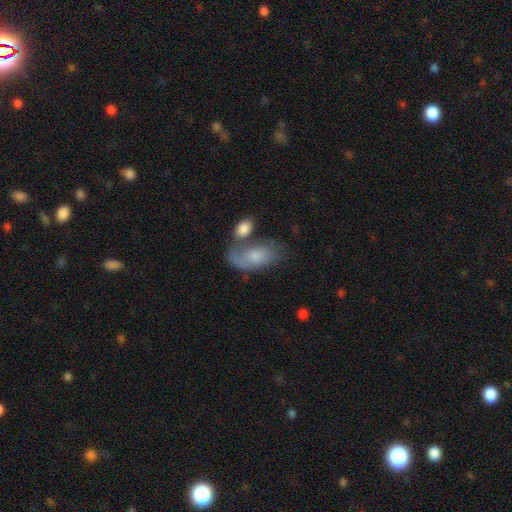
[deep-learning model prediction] The model was most divided on "merging": merger: 34%, none: 33%, minor disturbance: 18%, major disturbance: 14%. More confident: how rounded — in between (90%); smooth or featured — smooth (59%).